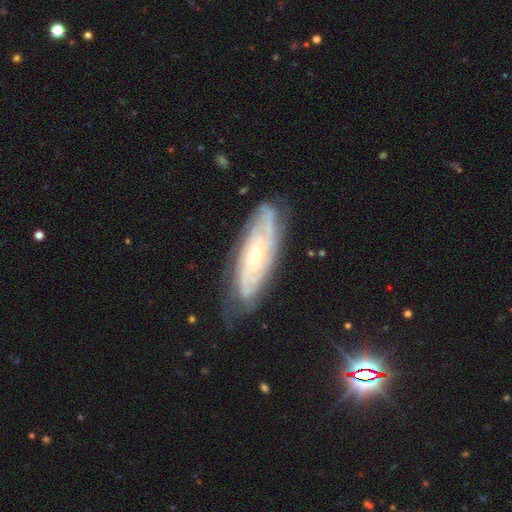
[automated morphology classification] A featured or disk galaxy (82%) with no bar (76%), tight (73%) spiral arms (93%) and a small central bulge (72%). Merging: none (73%).